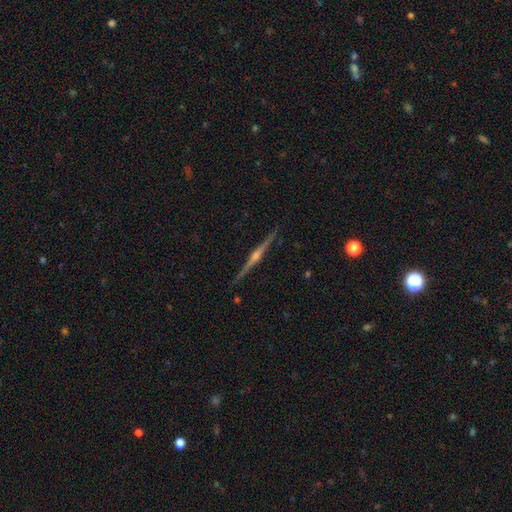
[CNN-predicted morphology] featured or disk 87%, smooth 8%, star or artifact 5%. Down the decision tree: edge-on disk — yes (99%); edge-on bulge — rounded (90%); merging — none (92%).